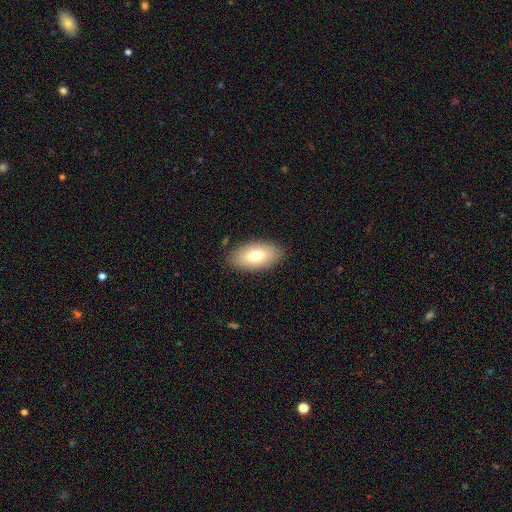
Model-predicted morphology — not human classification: Smooth or featured? smooth (77%)
How rounded? in between (93%)
Merging? none (87%)